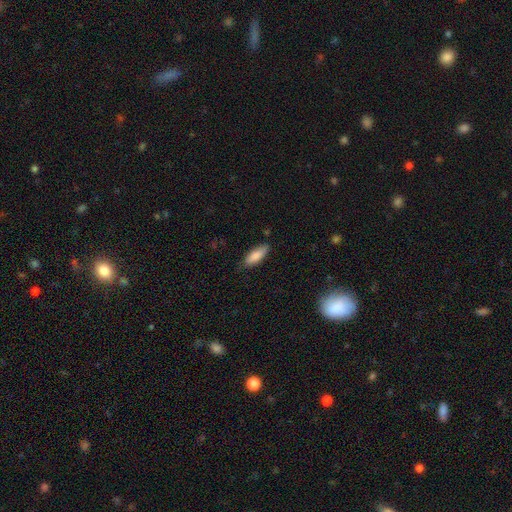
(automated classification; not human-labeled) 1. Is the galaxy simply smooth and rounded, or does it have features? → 84% smooth, 10% featured or disk, 6% star or artifact.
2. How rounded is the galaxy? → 68% in between, 31% cigar-shaped, 2% round.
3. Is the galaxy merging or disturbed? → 79% none, 17% minor disturbance, 3% major disturbance, 1% merger.